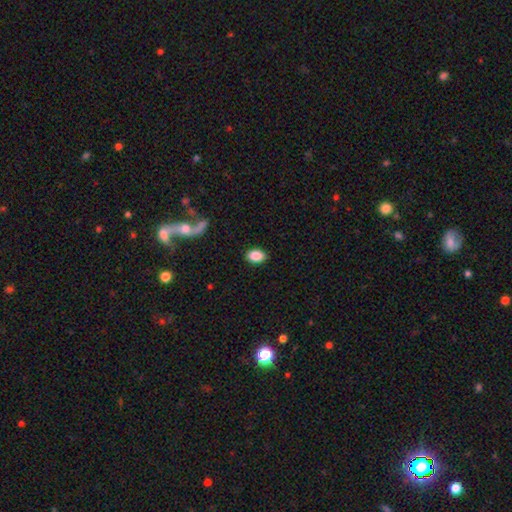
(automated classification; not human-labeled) The model was most divided on "how rounded": in between: 84%, round: 14%, cigar-shaped: 1%. More confident: merging — none (88%); smooth or featured — smooth (88%).